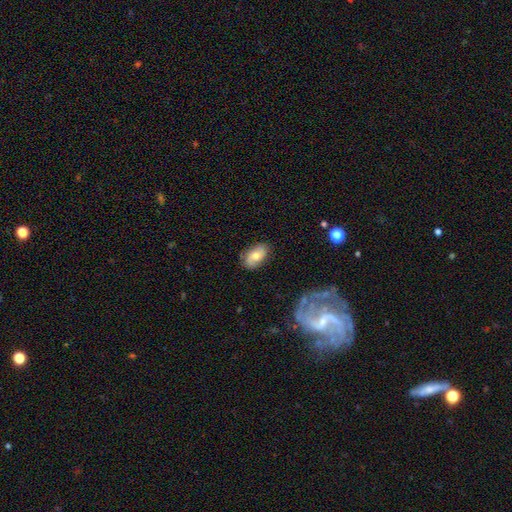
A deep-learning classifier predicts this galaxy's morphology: This is possibly a smooth galaxy (60%). How rounded: clearly in between (91%). Merging: likely none (78%).